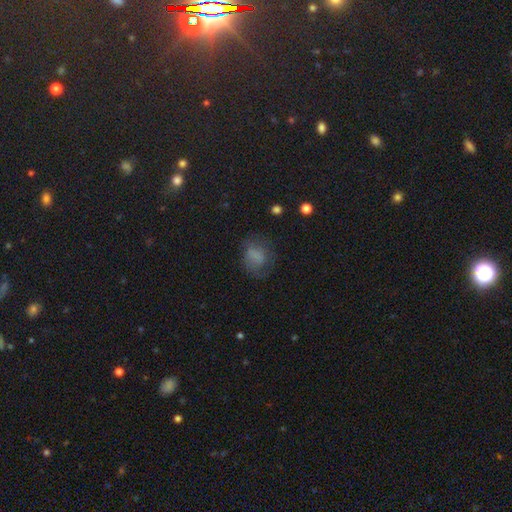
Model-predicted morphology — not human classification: smooth 67%, featured or disk 20%, star or artifact 12%. Down the decision tree: how rounded — in between (53%); merging — none (51%).